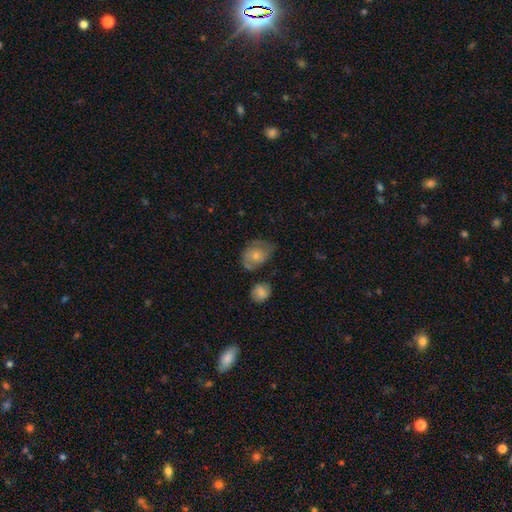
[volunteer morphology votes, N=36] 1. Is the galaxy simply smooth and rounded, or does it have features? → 53% smooth, 44% featured or disk, 3% star or artifact.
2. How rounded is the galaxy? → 68% in between, 32% round, 0% cigar-shaped.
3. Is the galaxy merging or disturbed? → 46% minor disturbance, 23% none, 20% major disturbance, 11% merger.